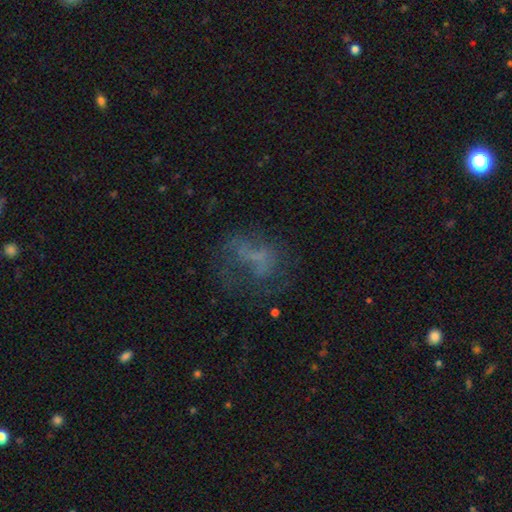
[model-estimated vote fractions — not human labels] smooth-or-featured: featured or disk: 39% | smooth: 34% | star or artifact: 27%
  merging: none: 40% | major disturbance: 36% | minor disturbance: 18% | merger: 5%